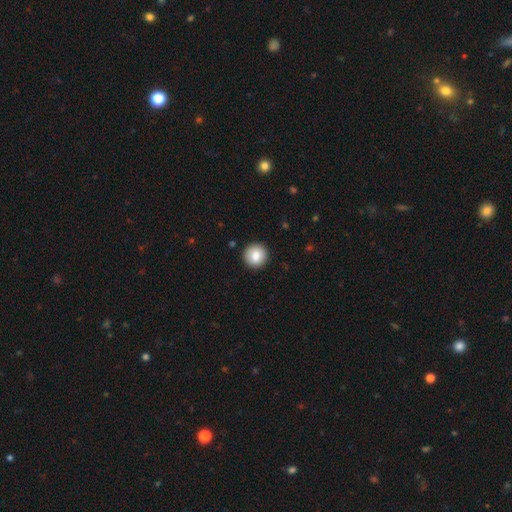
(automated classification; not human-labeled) Overall: smooth (84%). How rounded: round (95%). Merging: none (92%).